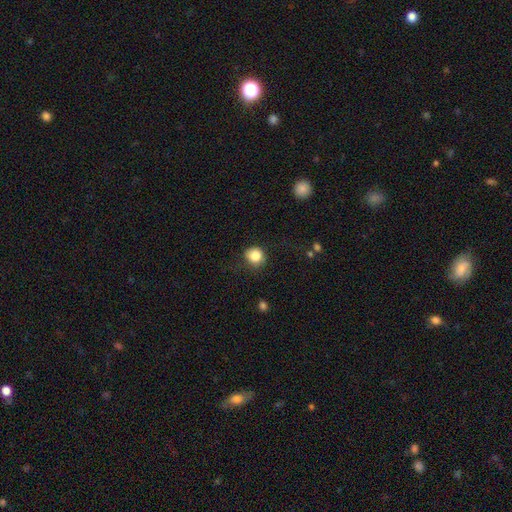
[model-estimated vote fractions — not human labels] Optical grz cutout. It shows a smooth galaxy with no disk features (85%) that is round (83%). Merging: none (75%).